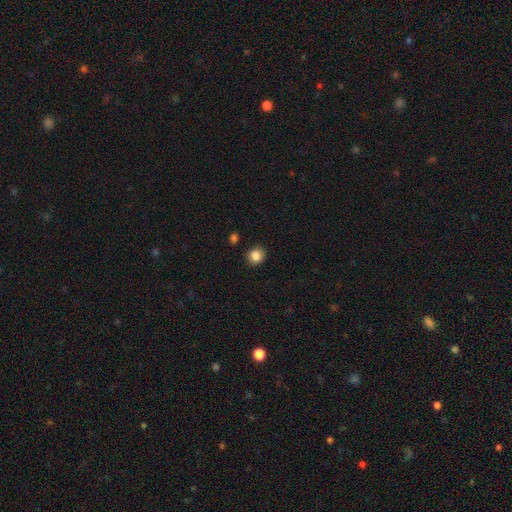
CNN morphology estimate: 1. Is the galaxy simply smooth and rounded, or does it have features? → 86% smooth, 10% star or artifact, 5% featured or disk.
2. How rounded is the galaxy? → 80% round, 19% in between, 1% cigar-shaped.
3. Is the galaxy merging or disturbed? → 87% none, 9% minor disturbance, 2% major disturbance, 2% merger.